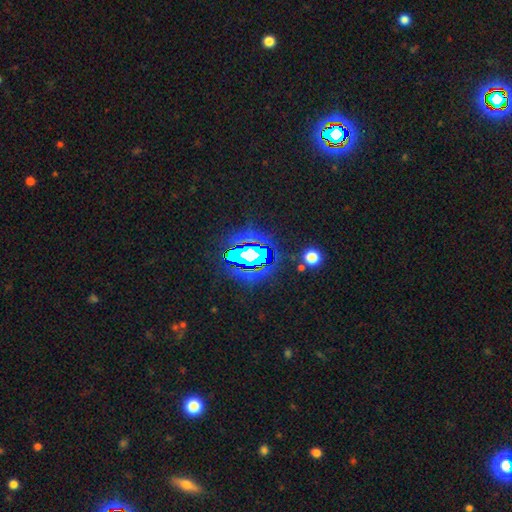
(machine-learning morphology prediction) A star or artifact, not a galaxy (80%).